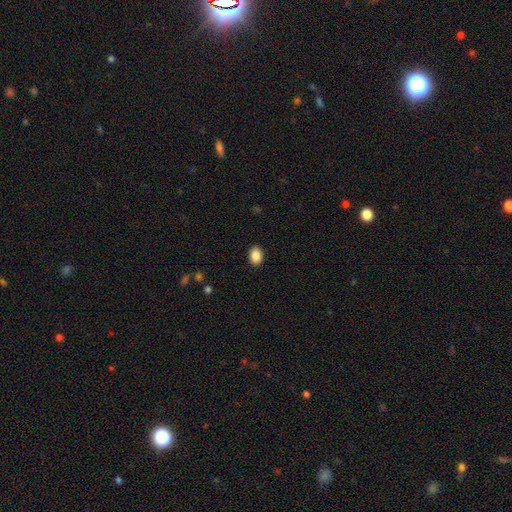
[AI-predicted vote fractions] Morphology: type=smooth (88%); roundness=in between (80%); merging=none (90%).